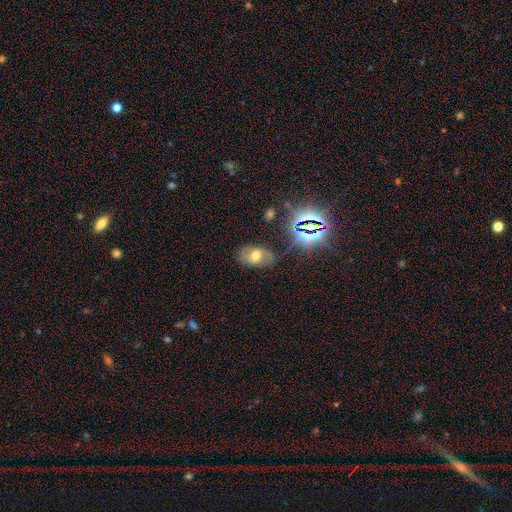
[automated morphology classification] smooth-or-featured: featured or disk: 42% | smooth: 37% | star or artifact: 21%
  merging: none: 70% | minor disturbance: 20% | major disturbance: 8% | merger: 2%